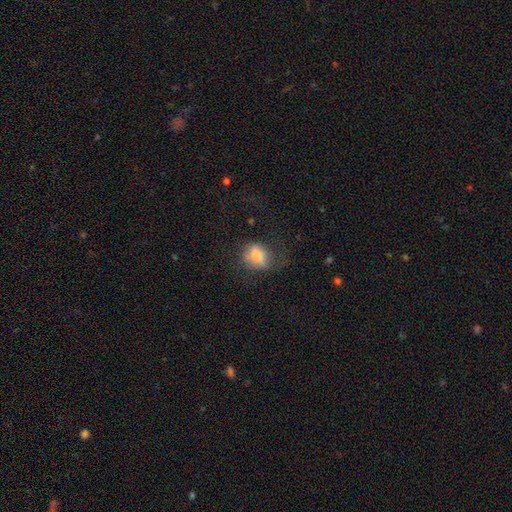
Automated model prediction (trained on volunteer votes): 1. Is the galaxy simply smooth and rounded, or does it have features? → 77% smooth, 13% featured or disk, 10% star or artifact.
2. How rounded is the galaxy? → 67% in between, 31% round, 2% cigar-shaped.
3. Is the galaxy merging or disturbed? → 42% none, 28% major disturbance, 28% minor disturbance, 3% merger.